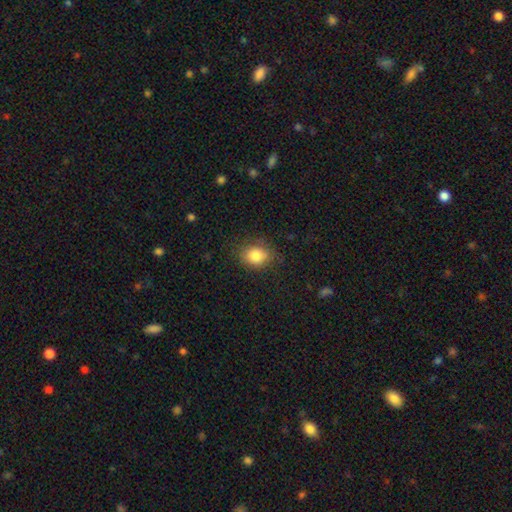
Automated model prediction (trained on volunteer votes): Morphology: type=smooth (83%); roundness=in between (54%); merging=none (78%).